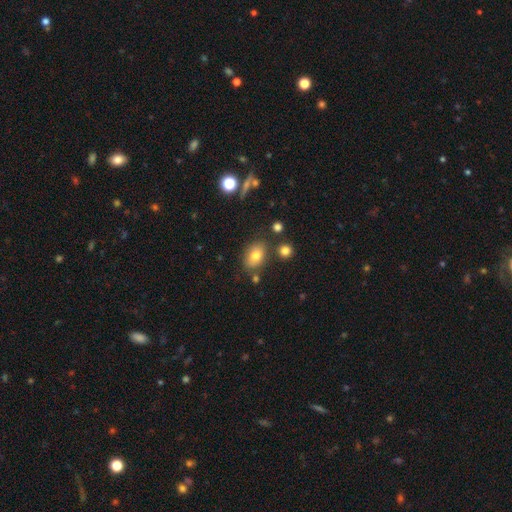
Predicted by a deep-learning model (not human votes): smooth-or-featured: smooth: 77% | featured or disk: 12% | star or artifact: 11%
  how-rounded: in between: 78% | round: 21% | cigar-shaped: 1%
  merging: none: 77% | minor disturbance: 13% | merger: 6% | major disturbance: 4%